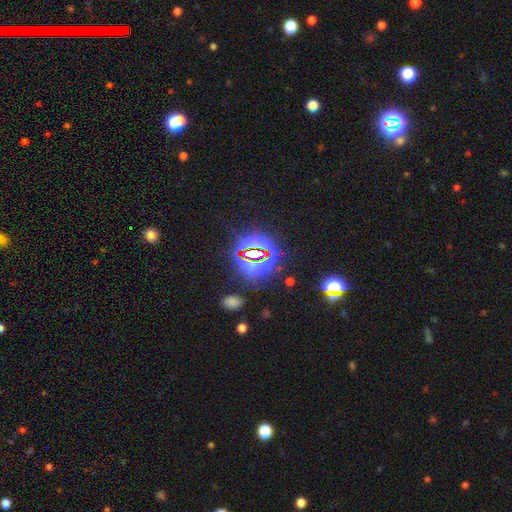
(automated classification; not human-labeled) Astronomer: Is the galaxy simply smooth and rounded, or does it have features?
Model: star or artifact — 80%.